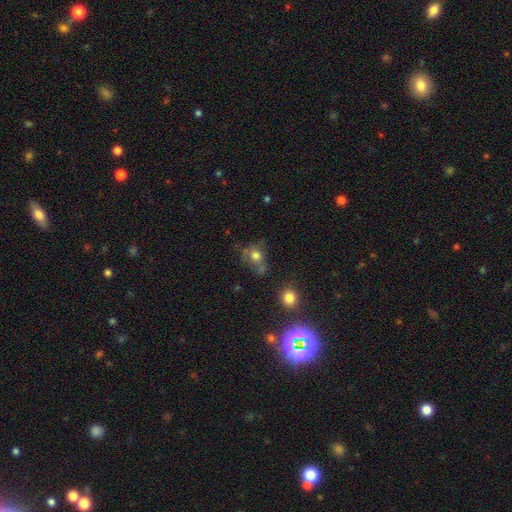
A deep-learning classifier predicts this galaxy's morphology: This is likely a smooth galaxy (66%). How rounded: possibly round (60%). Merging: possibly none (45%).